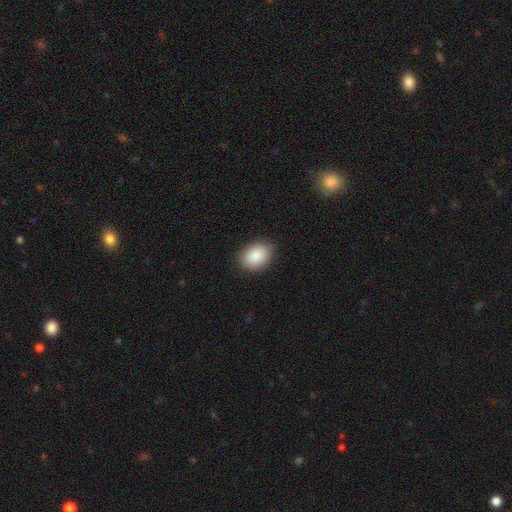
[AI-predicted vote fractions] Smooth or featured? Predicted: smooth (p=0.89). How rounded? Predicted: in between (p=0.69). Merging? Predicted: none (p=0.85).